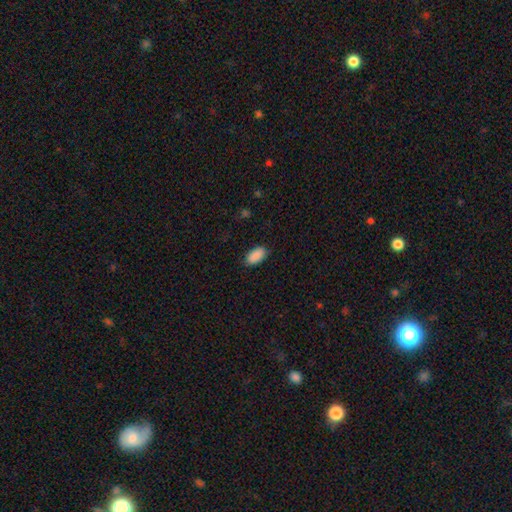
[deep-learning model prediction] The model was most divided on "merging": none: 86%, minor disturbance: 10%, major disturbance: 2%, merger: 1%. More confident: how rounded — in between (94%); smooth or featured — smooth (90%).